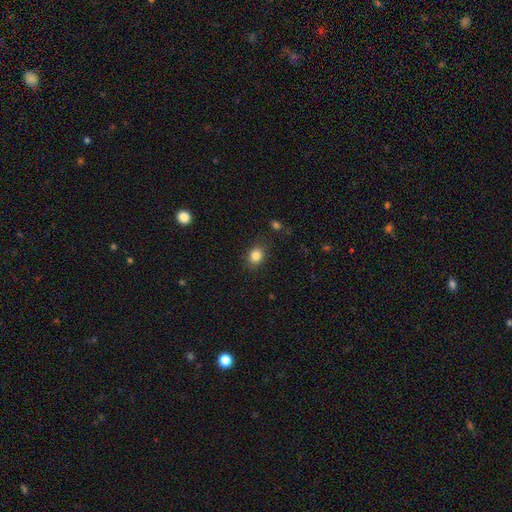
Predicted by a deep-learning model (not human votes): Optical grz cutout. It shows a smooth galaxy with no disk features (84%) that is in between round and cigar-shaped (51%). Merging: none (84%).